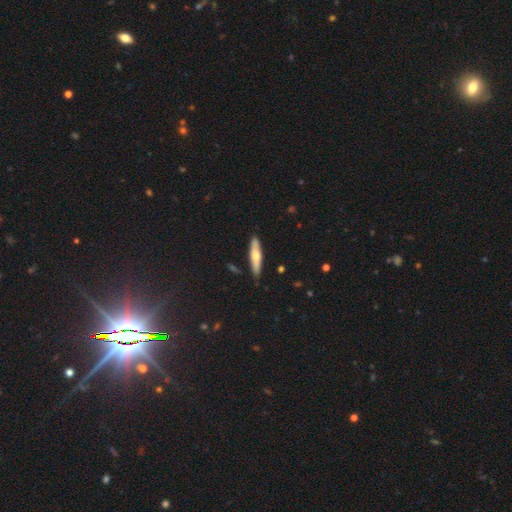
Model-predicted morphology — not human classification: Smooth or featured: smooth — 51% (featured or disk — 43%)
How rounded: cigar-shaped — 82% (in between — 17%)
Merging: none — 86% (minor disturbance — 10%)